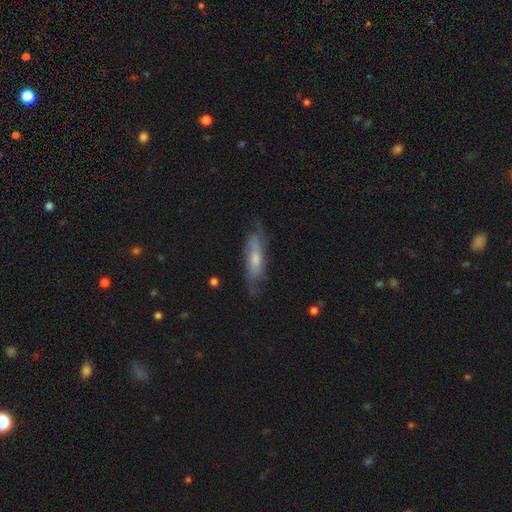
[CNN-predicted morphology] Smooth or featured? Predicted: featured or disk (p=0.61). Edge-on disk? Predicted: no (p=0.59). Merging? Predicted: none (p=0.72).